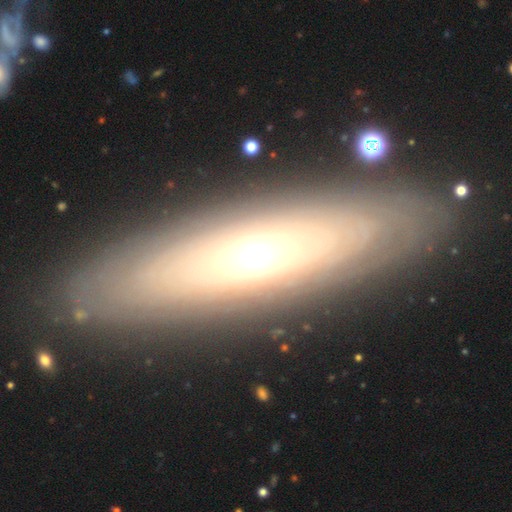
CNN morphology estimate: Q: Smooth or featured?
A: featured or disk (51%); runner-up: smooth (36%)
Q: Edge-on disk?
A: yes (51%); runner-up: no (49%)
Q: Merging?
A: none (84%); runner-up: minor disturbance (10%)